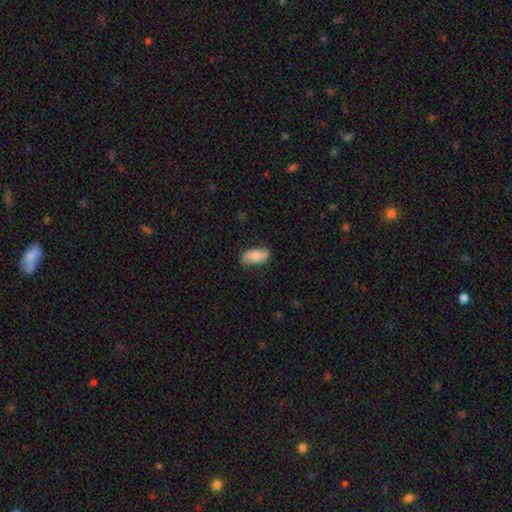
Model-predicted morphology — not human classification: smooth-or-featured: smooth: 53% | featured or disk: 40% | star or artifact: 7%
  how-rounded: in between: 87% | cigar-shaped: 9% | round: 4%
  merging: none: 74% | minor disturbance: 20% | major disturbance: 4% | merger: 1%